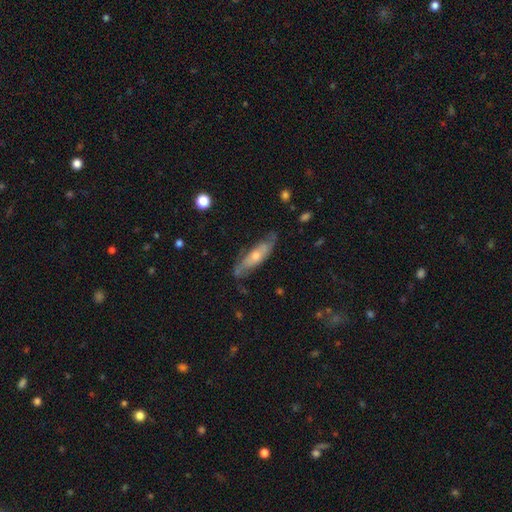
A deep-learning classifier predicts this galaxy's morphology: Q: Smooth or featured?
A: featured or disk (58%); runner-up: smooth (35%)
Q: Edge-on disk?
A: no (58%); runner-up: yes (42%)
Q: Merging?
A: none (72%); runner-up: minor disturbance (21%)